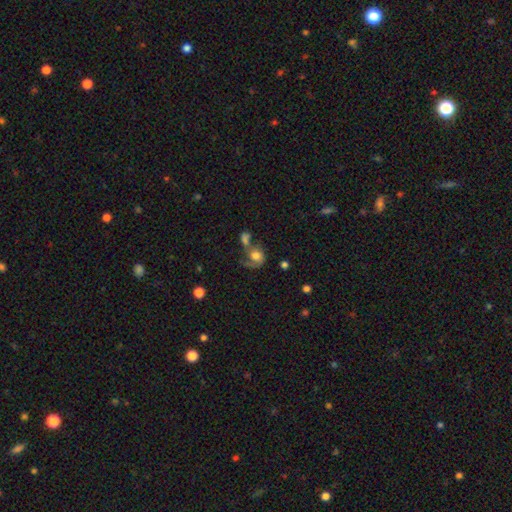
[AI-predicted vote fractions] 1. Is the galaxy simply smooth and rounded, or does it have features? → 51% smooth, 39% featured or disk, 10% star or artifact.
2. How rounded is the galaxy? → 60% round, 38% in between, 2% cigar-shaped.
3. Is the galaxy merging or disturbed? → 43% merger, 24% major disturbance, 21% none, 12% minor disturbance.